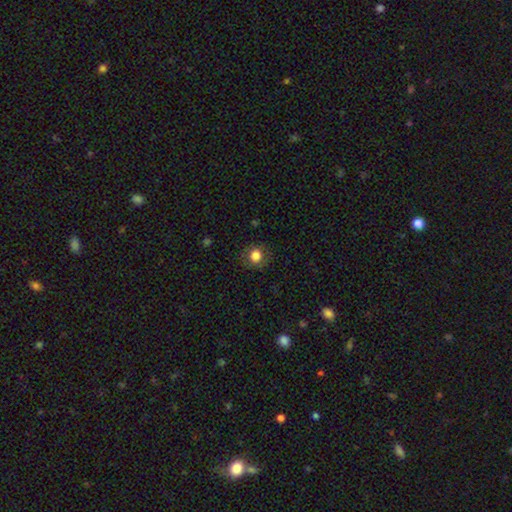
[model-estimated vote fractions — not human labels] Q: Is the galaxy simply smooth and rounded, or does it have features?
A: smooth — 81%.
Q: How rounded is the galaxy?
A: round — 85%.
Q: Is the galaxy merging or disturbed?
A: none — 83%.